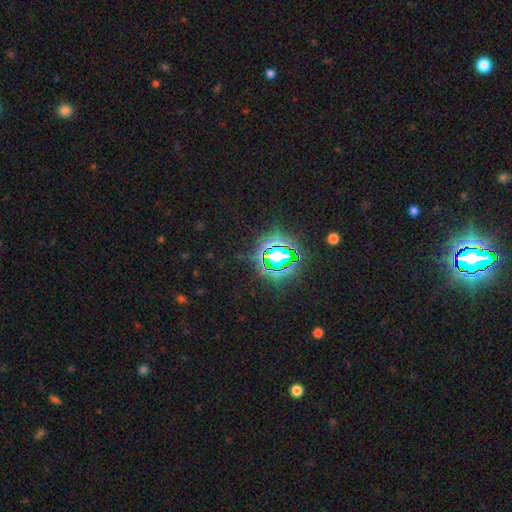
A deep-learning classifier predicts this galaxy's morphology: smooth_or_featured: star or artifact (p=0.79) [alt: smooth p=0.14]